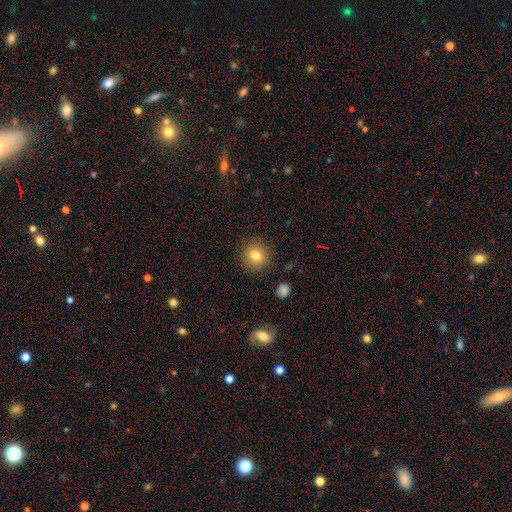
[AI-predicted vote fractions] smooth 80%, star or artifact 11%, featured or disk 9%. Down the decision tree: how rounded — round (87%); merging — none (88%).